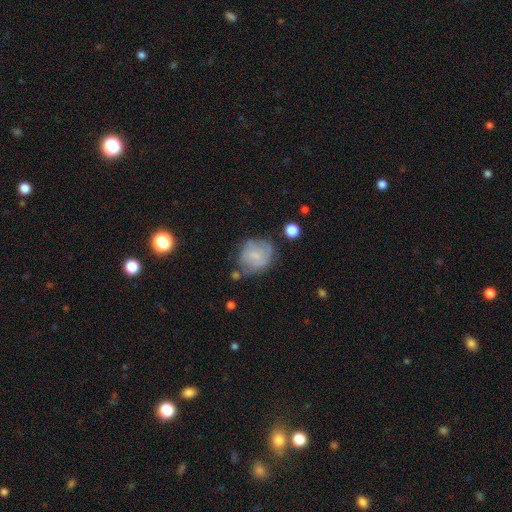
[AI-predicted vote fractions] Smooth or featured? smooth (54%)
How rounded? round (75%)
Merging? none (54%)